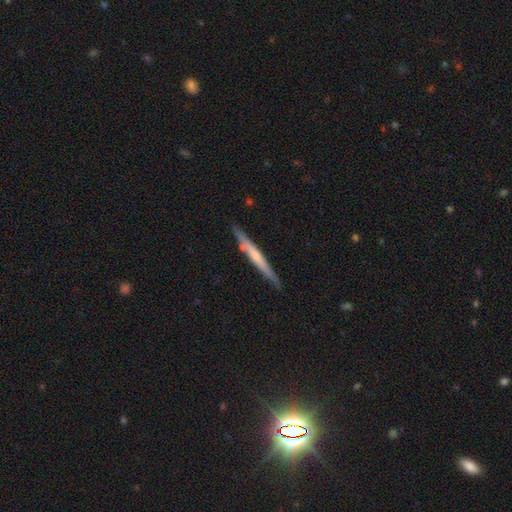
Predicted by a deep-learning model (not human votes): Overall: featured or disk (52%; smooth 43%). Edge-on disk: yes (95%). Merging: none (83%).